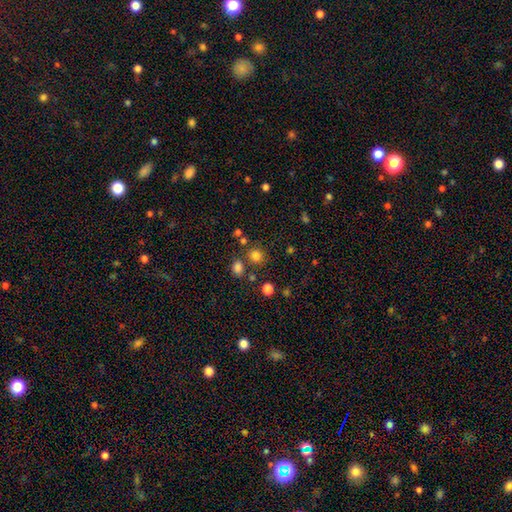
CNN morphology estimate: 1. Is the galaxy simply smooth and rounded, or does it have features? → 80% smooth, 15% star or artifact, 5% featured or disk.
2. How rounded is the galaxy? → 78% round, 21% in between, 1% cigar-shaped.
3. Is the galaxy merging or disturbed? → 74% none, 12% merger, 10% minor disturbance, 4% major disturbance.